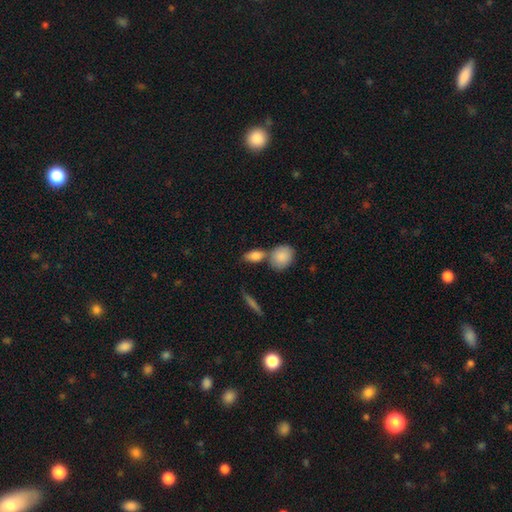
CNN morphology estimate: smooth-or-featured: smooth: 83% | featured or disk: 10% | star or artifact: 7%
  how-rounded: in between: 81% | round: 12% | cigar-shaped: 7%
  merging: none: 50% | merger: 35% | minor disturbance: 11% | major disturbance: 4%